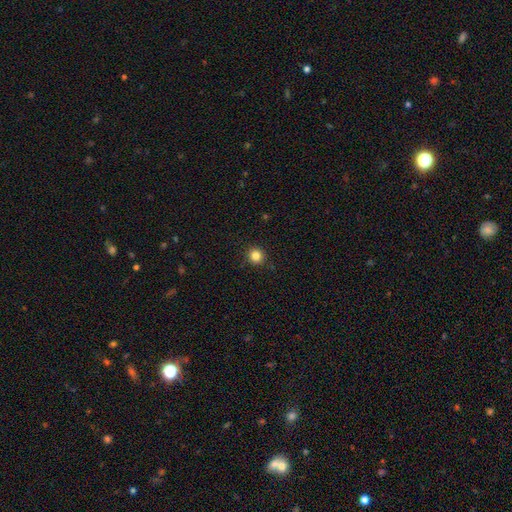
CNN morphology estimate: A smooth galaxy with no disk features (84%) that is round (94%). Merging: none (92%).